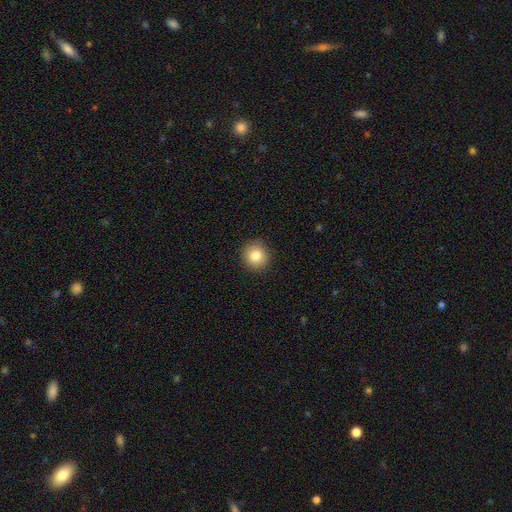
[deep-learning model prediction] This appears to be a smooth galaxy with no disk features (83%) that is round (91%). Merging: none (91%).